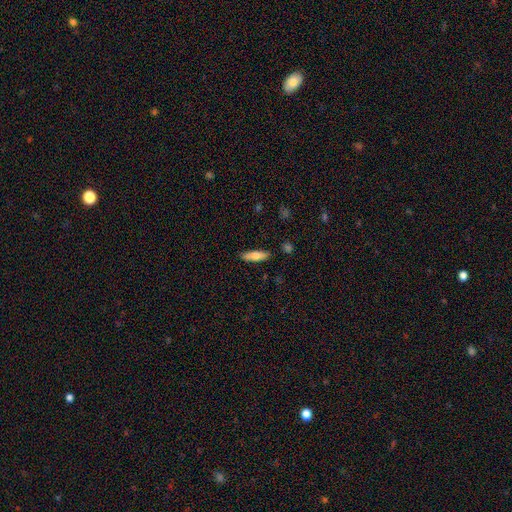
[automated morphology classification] Smooth or featured: smooth — 73% (featured or disk — 21%)
How rounded: cigar-shaped — 53% (in between — 45%)
Merging: none — 87% (minor disturbance — 10%)